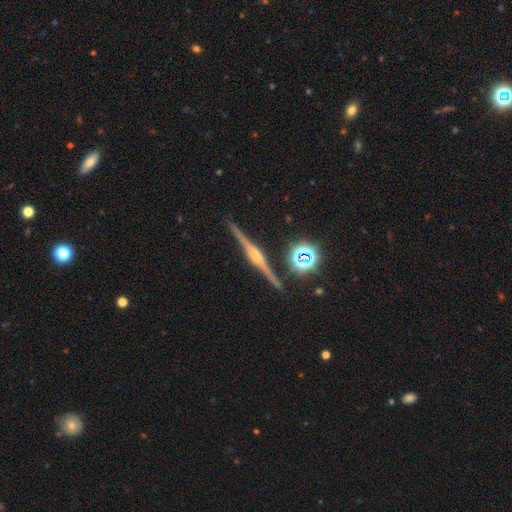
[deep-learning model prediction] The model was most divided on "edge-on bulge": rounded: 86%, boxy: 10%, none: 4%. More confident: edge-on disk — yes (98%); merging — none (91%); smooth or featured — featured or disk (87%).